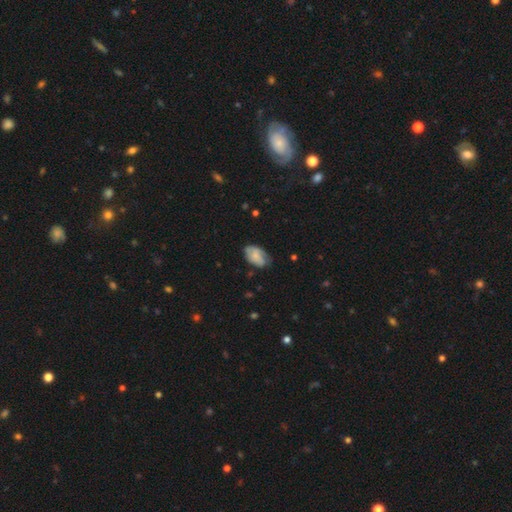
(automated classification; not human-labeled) This appears to be a smooth galaxy with no disk features (62%) that is in between round and cigar-shaped (91%). Merging: none (55%).